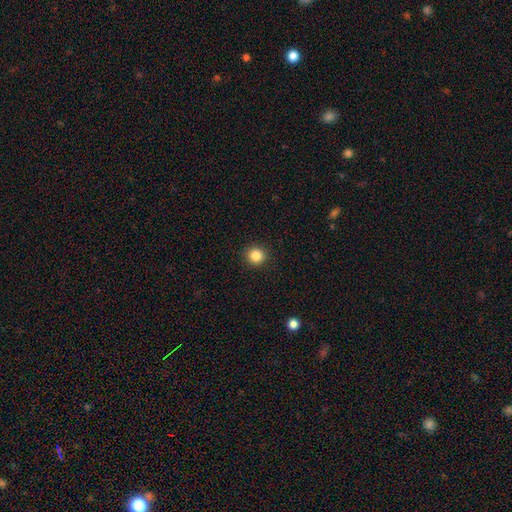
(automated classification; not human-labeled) Smooth or featured? Predicted: smooth (p=0.85). How rounded? Predicted: round (p=0.93). Merging? Predicted: none (p=0.93).